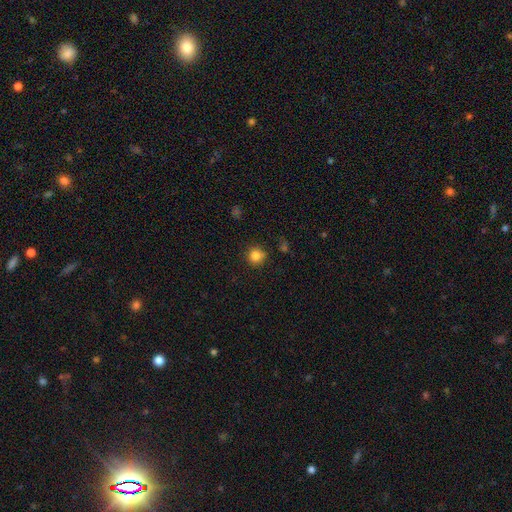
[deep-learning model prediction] Smooth or featured: smooth — 83% (star or artifact — 12%)
How rounded: round — 93% (in between — 6%)
Merging: none — 86% (minor disturbance — 10%)